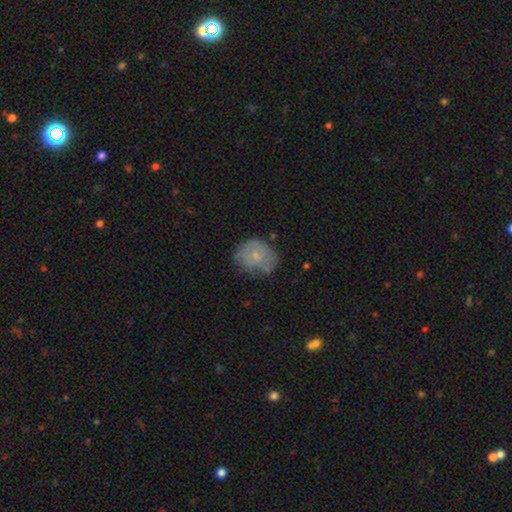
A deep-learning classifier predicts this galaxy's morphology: This is likely a smooth galaxy (62%). How rounded: likely round (65%). Merging: possibly none (58%).